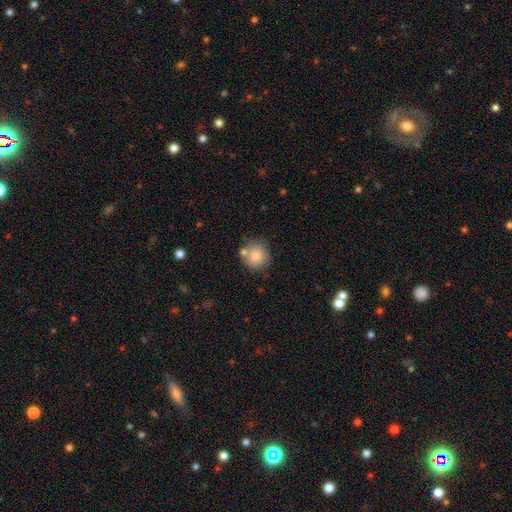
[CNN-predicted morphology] Overall: smooth (81%). How rounded: round (89%). Merging: none (68%).